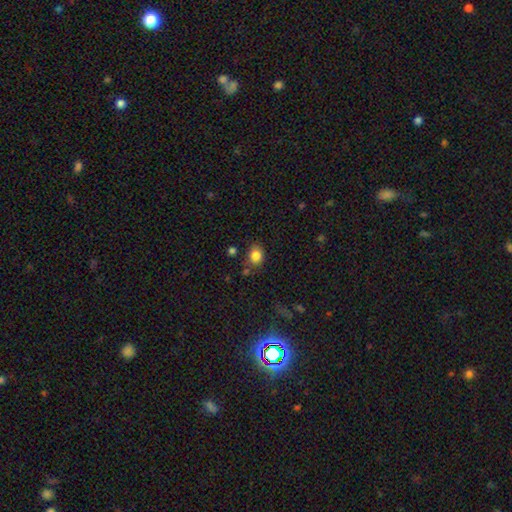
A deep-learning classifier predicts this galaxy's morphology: Smooth or featured?
  - smooth: 83% *
  - star or artifact: 11%
  - featured or disk: 6%
How rounded?
  - round: 58% *
  - in between: 41%
  - cigar-shaped: 1%
Merging?
  - none: 75% *
  - minor disturbance: 15%
  - merger: 6%
  - major disturbance: 4%